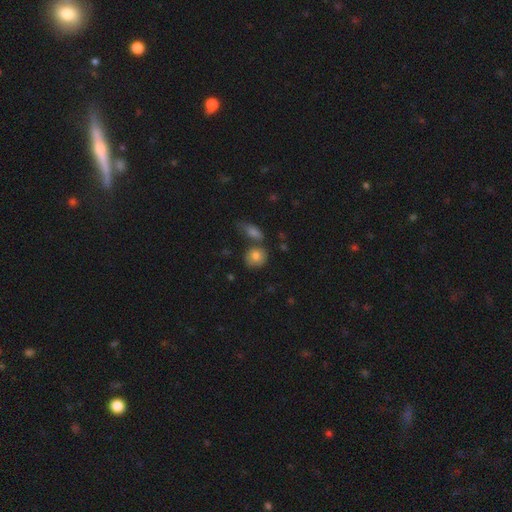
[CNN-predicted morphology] The model was most divided on "merging": none: 65%, merger: 17%, minor disturbance: 14%, major disturbance: 4%. More confident: smooth or featured — smooth (82%); how rounded — round (73%).